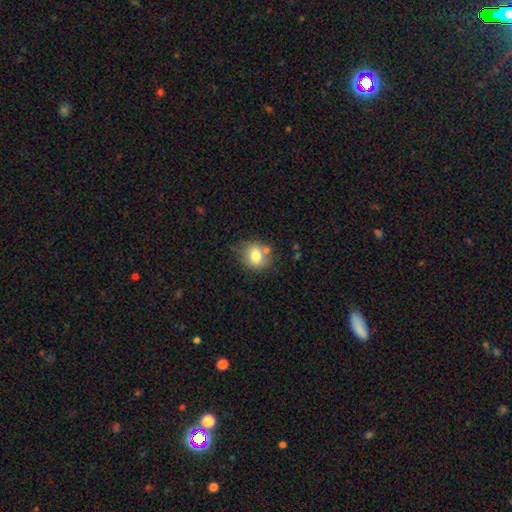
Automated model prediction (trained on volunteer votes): smooth 76%, featured or disk 13%, star or artifact 10%. Down the decision tree: how rounded — round (66%); merging — none (64%).